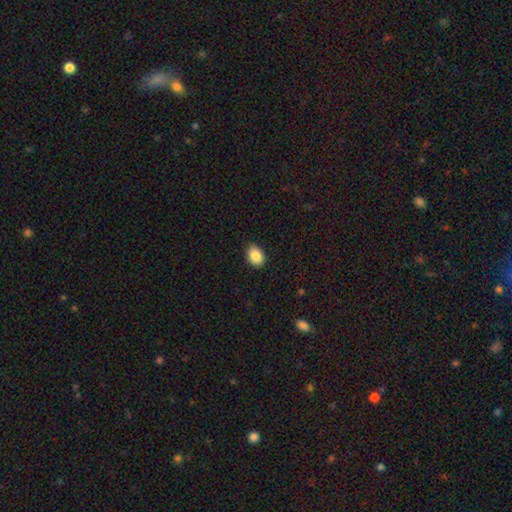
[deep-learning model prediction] Q: Smooth or featured?
A: smooth (87%); runner-up: star or artifact (8%)
Q: How rounded?
A: in between (79%); runner-up: round (20%)
Q: Merging?
A: none (86%); runner-up: minor disturbance (11%)